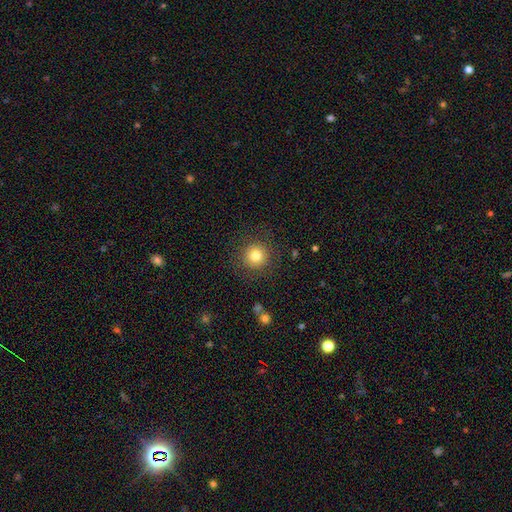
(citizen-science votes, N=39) smooth_or_featured: smooth (p=0.82) [alt: star or artifact p=0.10]
how_rounded: round (p=0.94) [alt: in between p=0.06]
merging: none (p=0.94) [alt: major disturbance p=0.03]